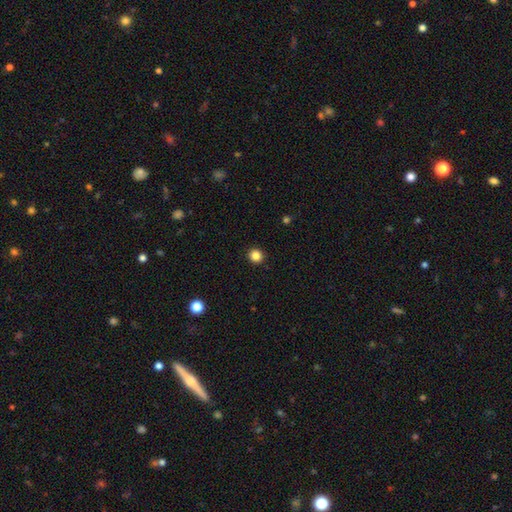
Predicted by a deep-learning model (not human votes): This is clearly a smooth galaxy (85%). How rounded: clearly round (93%). Merging: clearly none (93%).